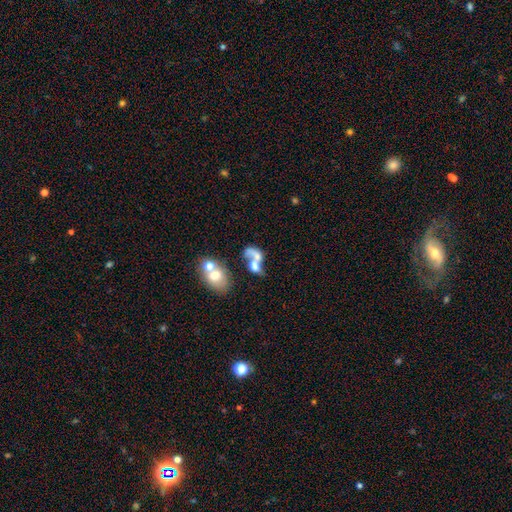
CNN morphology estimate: Smooth or featured? Predicted: smooth (p=0.48). Merging? Predicted: merger (p=0.65).